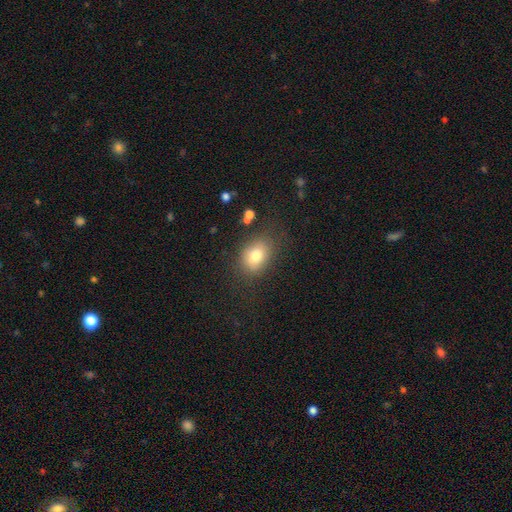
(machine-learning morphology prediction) This appears to be a smooth galaxy with no disk features (78%) that is in between round and cigar-shaped (63%). Merging: none (75%).